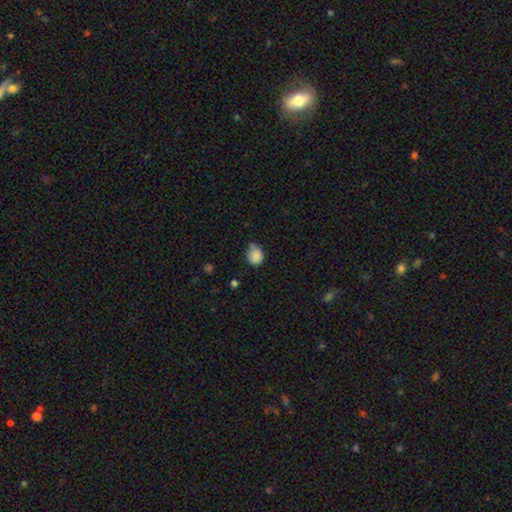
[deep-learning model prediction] Smooth or featured: smooth — 85% (star or artifact — 9%)
How rounded: in between — 50% (round — 49%)
Merging: none — 50% (minor disturbance — 38%)